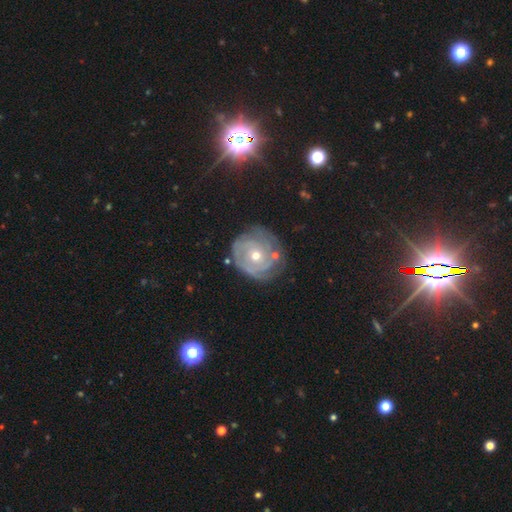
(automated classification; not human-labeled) A featured or disk galaxy (77%) with no bar (83%), tight (75%) spiral arms (85%) and a moderate central bulge (52%).

Vote fractions:
- Smooth or featured? featured or disk: 77% / smooth: 16% / star or artifact: 7%
- Edge-on disk? no: 97% / yes: 3%
- Bar? no: 83% / weak: 14% / strong: 3%
- Spiral arms? yes: 85% / no: 15%
- Spiral winding? tight: 75% / medium: 18% / loose: 6%
- Spiral arm count? can't tell: 43% / 2: 22% / 3: 17% / 4: 7% / 1: 6% / more than 4: 5%
- Bulge size? moderate: 52% / small: 45% / large: 2% / none: 1% / dominant: 1%
- Merging? none: 68% / minor disturbance: 20% / major disturbance: 8% / merger: 4%